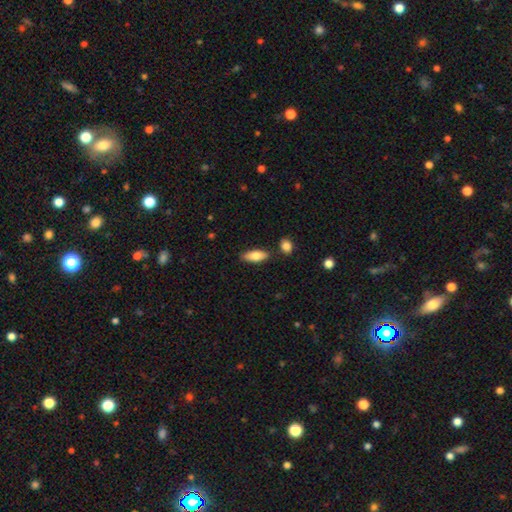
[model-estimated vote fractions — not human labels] Smooth or featured? Predicted: smooth (p=0.79). How rounded? Predicted: in between (p=0.74). Merging? Predicted: none (p=0.83).